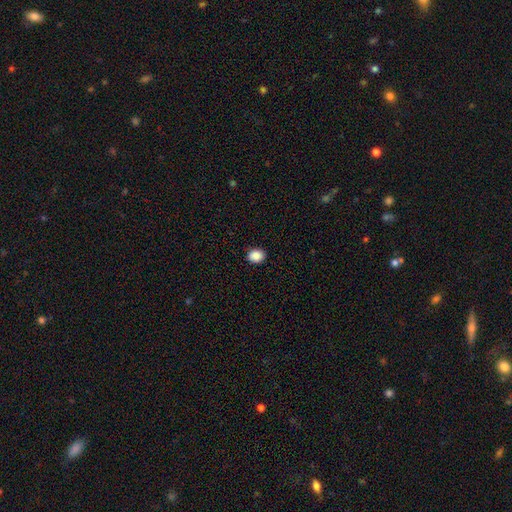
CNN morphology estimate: The model was most divided on "how rounded": round: 58%, in between: 41%, cigar-shaped: 1%. More confident: merging — none (90%); smooth or featured — smooth (89%).